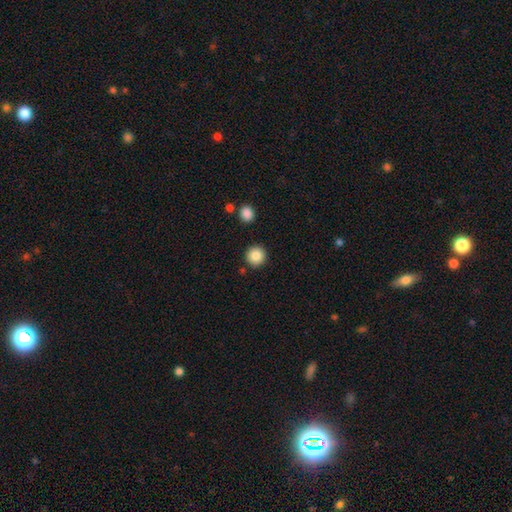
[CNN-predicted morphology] Smooth or featured: smooth — 86% (star or artifact — 9%)
How rounded: round — 94% (in between — 5%)
Merging: none — 90% (minor disturbance — 6%)